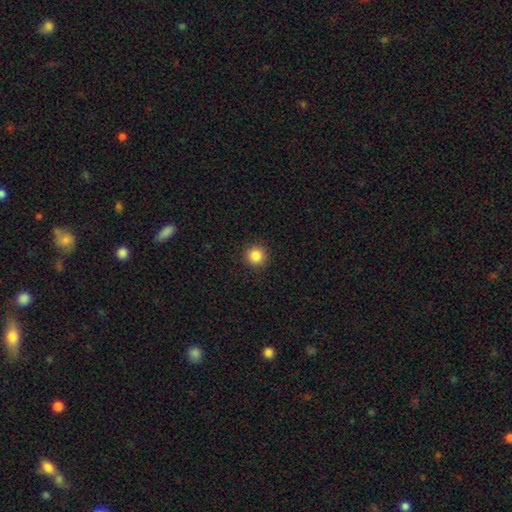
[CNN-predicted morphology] Smooth or featured? Predicted: smooth (p=0.86). How rounded? Predicted: round (p=0.95). Merging? Predicted: none (p=0.92).